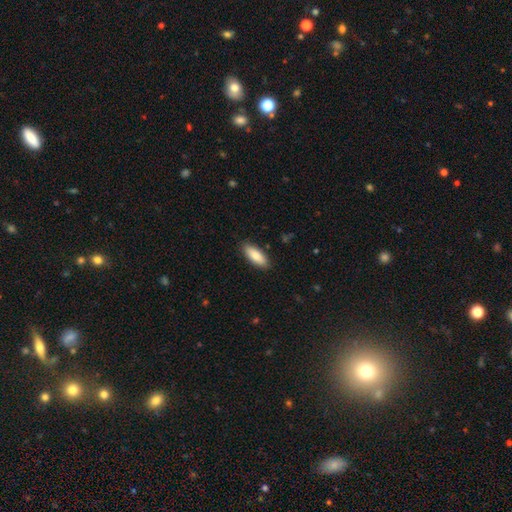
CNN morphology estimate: This appears to be a smooth galaxy with no disk features (83%) that is in between round and cigar-shaped (76%). Merging: none (88%).